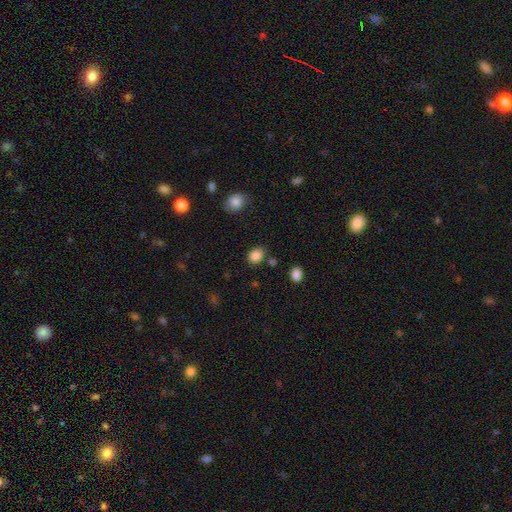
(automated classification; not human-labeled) Overall: smooth (85%). How rounded: round (53%; in between 46%). Merging: none (78%).